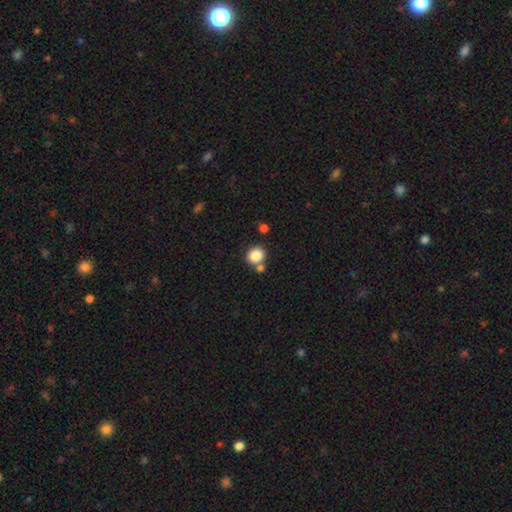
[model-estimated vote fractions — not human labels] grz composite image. It shows a smooth galaxy with no disk features (85%) that is round (78%). Merging: none (68%).